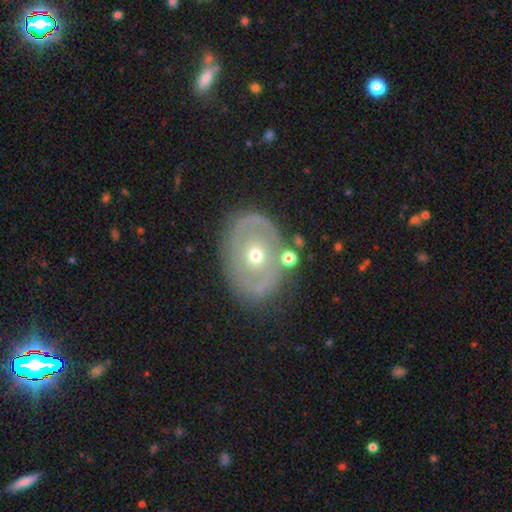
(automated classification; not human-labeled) Q: Smooth or featured?
A: featured or disk (68%); runner-up: smooth (25%)
Q: Edge-on disk?
A: no (94%); runner-up: yes (6%)
Q: Bar?
A: no (80%); runner-up: weak (15%)
Q: Spiral arms?
A: no (61%); runner-up: yes (39%)
Q: Bulge size?
A: moderate (56%); runner-up: small (40%)
Q: Merging?
A: none (75%); runner-up: minor disturbance (15%)